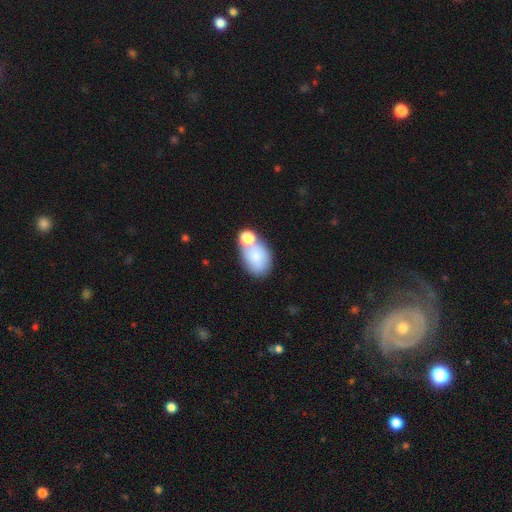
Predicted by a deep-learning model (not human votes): A smooth galaxy with no disk features (73%) that is in between round and cigar-shaped (78%). Merging: none (42%).